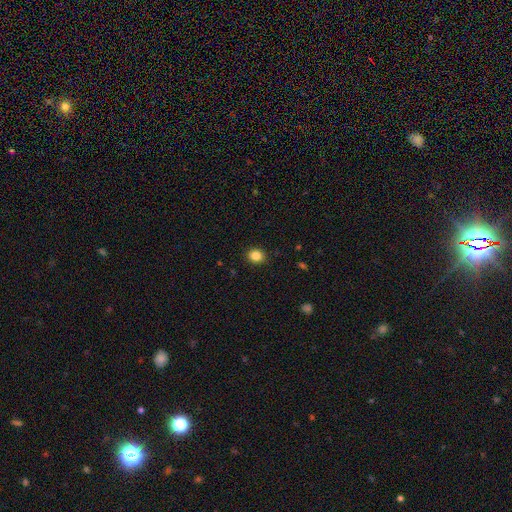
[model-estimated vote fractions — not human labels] This is clearly a smooth galaxy (85%). How rounded: likely round (71%). Merging: clearly none (91%).